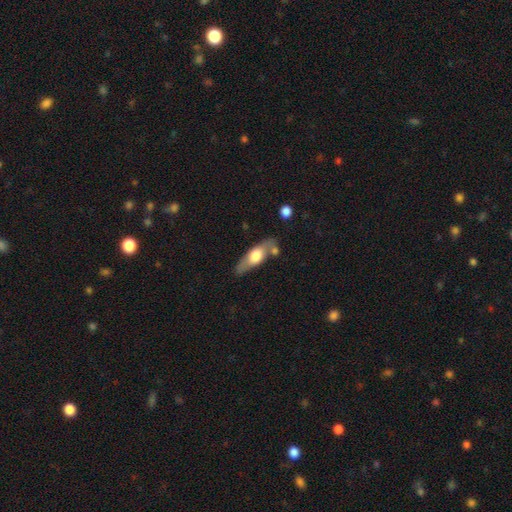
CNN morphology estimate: Smooth or featured: smooth — 49% (featured or disk — 46%)
Merging: none — 68% (minor disturbance — 17%)